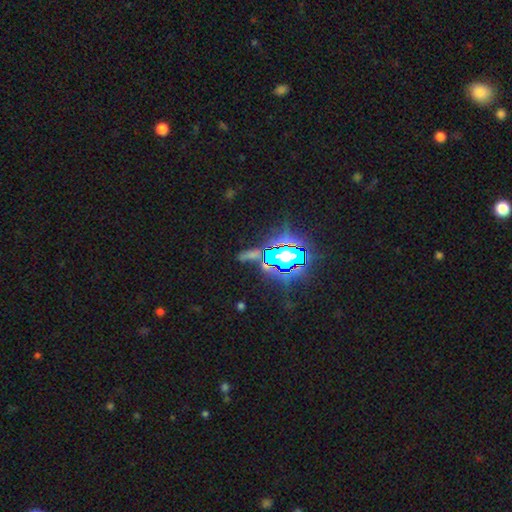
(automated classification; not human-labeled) A star or artifact, not a galaxy (58%).

Vote fractions:
- Smooth or featured? star or artifact: 58% / smooth: 26% / featured or disk: 17%